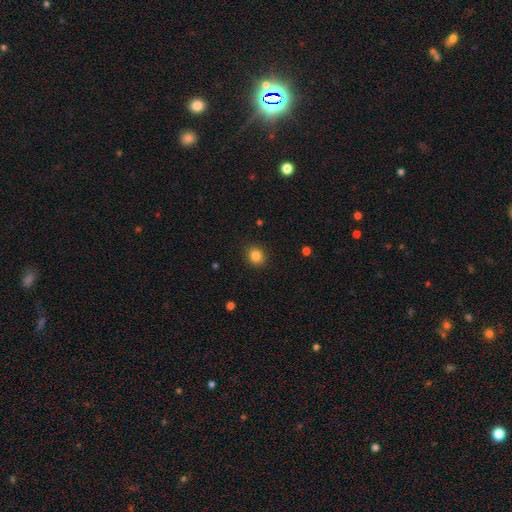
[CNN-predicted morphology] Smooth or featured: smooth — 85% (star or artifact — 11%)
How rounded: round — 75% (in between — 24%)
Merging: none — 89% (minor disturbance — 7%)